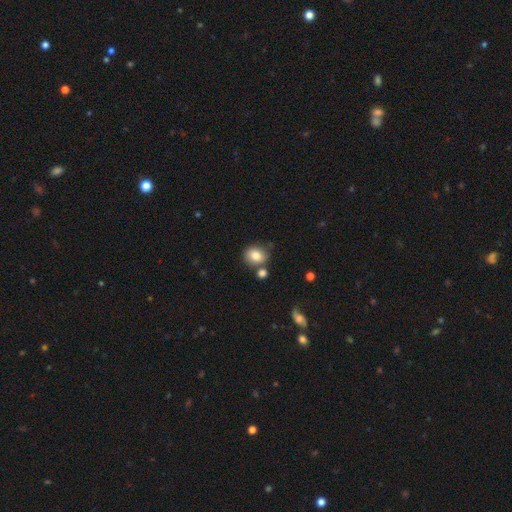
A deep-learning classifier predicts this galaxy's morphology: Q: Smooth or featured?
A: smooth (81%); runner-up: featured or disk (10%)
Q: How rounded?
A: round (69%); runner-up: in between (31%)
Q: Merging?
A: none (66%); runner-up: merger (17%)